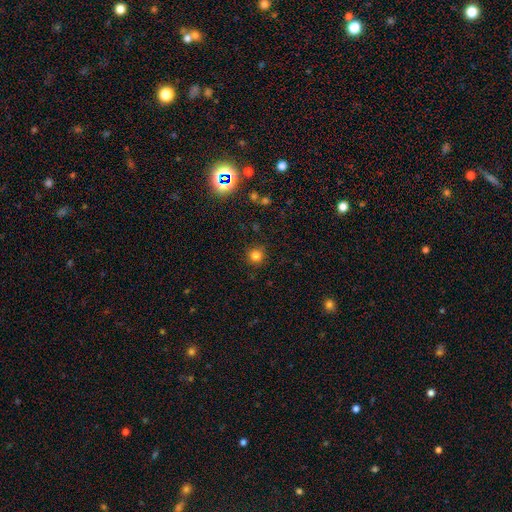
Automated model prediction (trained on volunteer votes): smooth 80%, star or artifact 15%, featured or disk 5%. Down the decision tree: how rounded — round (94%); merging — none (90%).